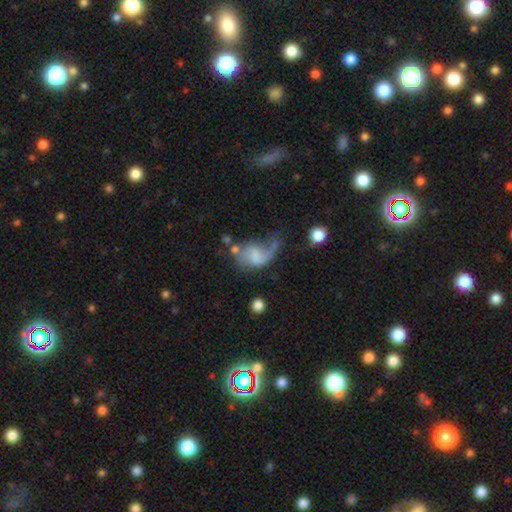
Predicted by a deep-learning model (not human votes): This appears to be a featured or disk galaxy (58%) with no bar (55%), spiral arms (77%) and no central bulge (52%). Merging: major disturbance (43%).